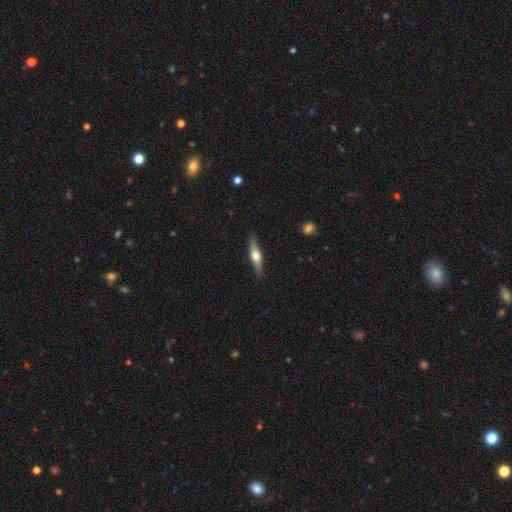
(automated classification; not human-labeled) A featured or disk galaxy (49%). Merging: none (86%).